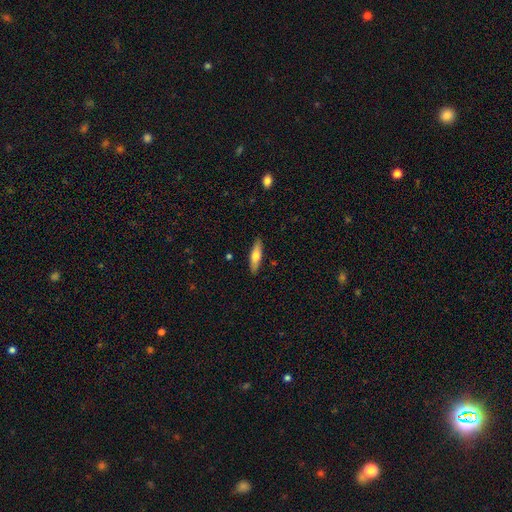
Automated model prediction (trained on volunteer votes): A smooth galaxy with no disk features (60%) that is cigar-shaped (65%).

Vote fractions:
- Smooth or featured? smooth: 60% / featured or disk: 34% / star or artifact: 6%
- How rounded? cigar-shaped: 65% / in between: 33% / round: 2%
- Merging? none: 89% / minor disturbance: 8% / major disturbance: 2% / merger: 1%